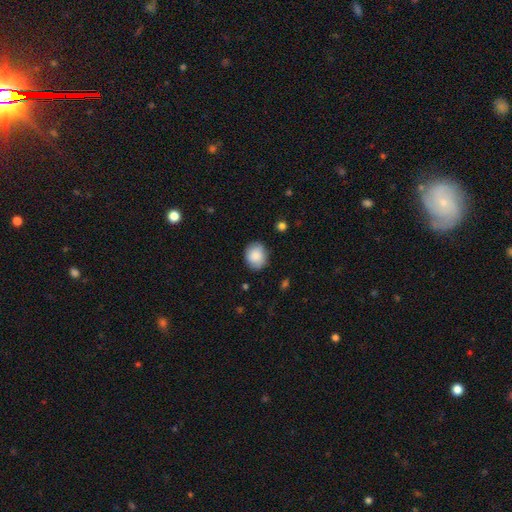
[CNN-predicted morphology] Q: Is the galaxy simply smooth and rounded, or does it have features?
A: smooth — 86%.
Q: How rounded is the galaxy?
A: round — 60%.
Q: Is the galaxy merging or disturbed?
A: none — 83%.